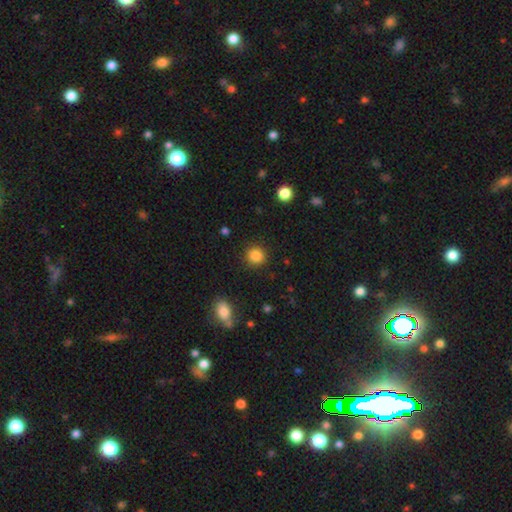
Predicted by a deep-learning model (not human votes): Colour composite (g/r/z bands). It shows a smooth galaxy with no disk features (86%) that is round (90%). Merging: none (90%).